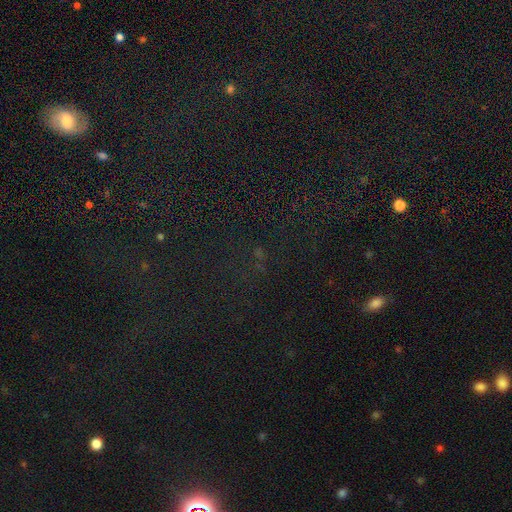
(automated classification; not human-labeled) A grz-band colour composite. It shows a star or artifact, not a galaxy (73%).